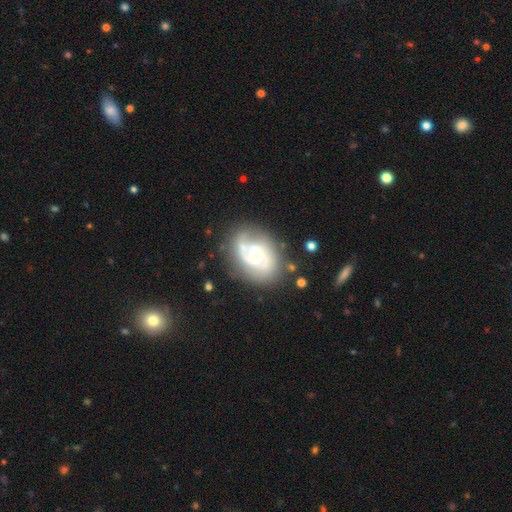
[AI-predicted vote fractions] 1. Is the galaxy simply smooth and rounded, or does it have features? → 82% featured or disk, 12% smooth, 6% star or artifact.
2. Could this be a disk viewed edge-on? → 97% no, 3% yes.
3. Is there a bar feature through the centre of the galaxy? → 59% no, 34% weak, 7% strong.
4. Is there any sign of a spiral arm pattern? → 93% yes, 7% no.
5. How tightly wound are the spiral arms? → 45% tight, 42% medium, 13% loose.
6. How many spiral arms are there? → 59% 2, 16% can't tell, 11% 1, 10% 3, 2% 4, 2% more than 4.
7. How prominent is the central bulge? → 51% small, 42% moderate, 4% large, 3% none, 1% dominant.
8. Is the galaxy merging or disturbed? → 67% none, 19% minor disturbance, 10% major disturbance, 4% merger.